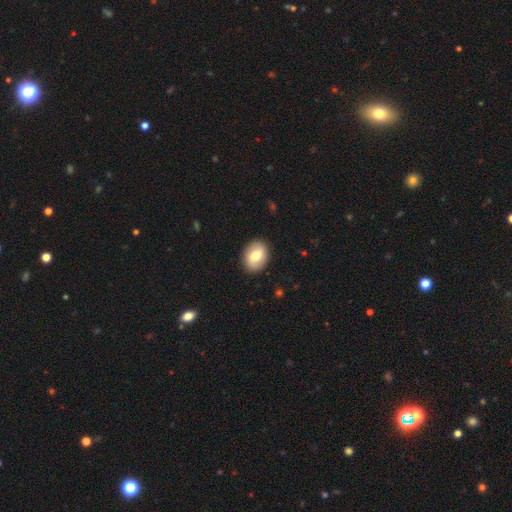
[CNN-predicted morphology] smooth-or-featured: smooth: 65% | featured or disk: 28% | star or artifact: 7%
  how-rounded: in between: 68% | round: 31% | cigar-shaped: 1%
  merging: none: 88% | minor disturbance: 8% | major disturbance: 2% | merger: 1%